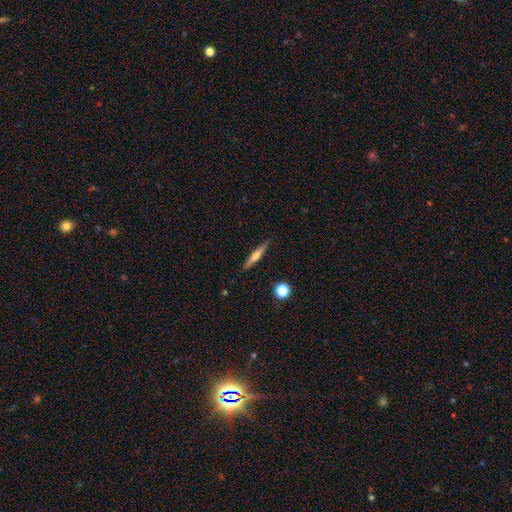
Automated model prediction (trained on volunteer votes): Overall: featured or disk (50%; smooth 43%). Edge-on disk: yes (97%). Merging: none (89%).